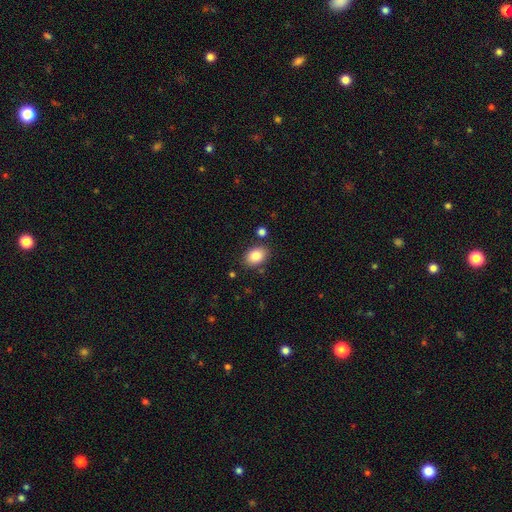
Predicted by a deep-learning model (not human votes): Morphology: type=smooth (85%); roundness=in between (79%); merging=none (82%).